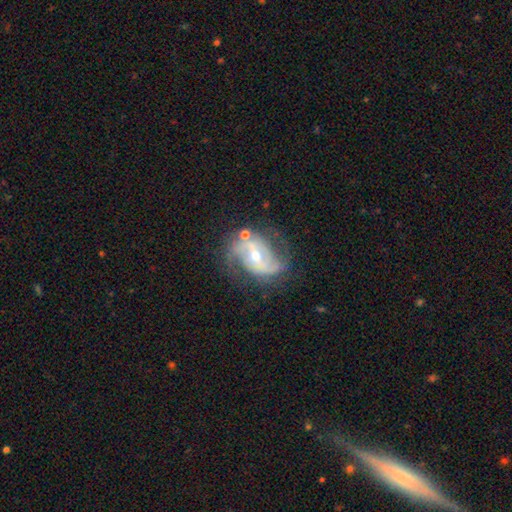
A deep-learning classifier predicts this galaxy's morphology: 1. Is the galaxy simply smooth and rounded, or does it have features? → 86% featured or disk, 7% smooth, 6% star or artifact.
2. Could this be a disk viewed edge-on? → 97% no, 3% yes.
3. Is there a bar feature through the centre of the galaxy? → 41% weak, 32% strong, 27% no.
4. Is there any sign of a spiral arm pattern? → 94% yes, 6% no.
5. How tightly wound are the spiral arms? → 46% medium, 34% loose, 20% tight.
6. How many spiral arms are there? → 77% 2, 9% can't tell, 8% 3, 3% 1, 2% 4, 2% more than 4.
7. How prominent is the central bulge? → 49% moderate, 48% small, 2% large, 1% none, 1% dominant.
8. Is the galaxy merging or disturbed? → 61% none, 21% minor disturbance, 12% major disturbance, 6% merger.